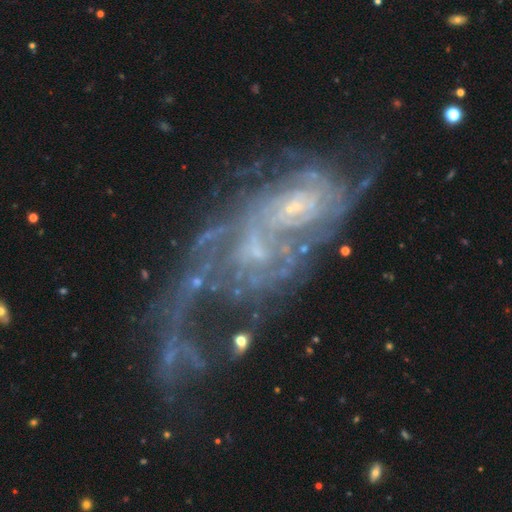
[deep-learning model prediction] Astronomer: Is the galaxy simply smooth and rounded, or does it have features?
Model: featured or disk — 79%.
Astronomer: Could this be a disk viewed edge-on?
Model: no — 96%.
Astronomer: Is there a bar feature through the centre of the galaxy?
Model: no — 65%.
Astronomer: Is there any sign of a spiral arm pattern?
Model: yes — 78%.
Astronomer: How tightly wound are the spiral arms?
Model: medium — 35% (runner-up: tight, 34%).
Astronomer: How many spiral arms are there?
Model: can't tell — 40% (runner-up: 2, 28%).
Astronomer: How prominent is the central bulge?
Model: small — 59%.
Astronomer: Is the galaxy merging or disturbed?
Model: merger — 50% (runner-up: major disturbance, 27%).